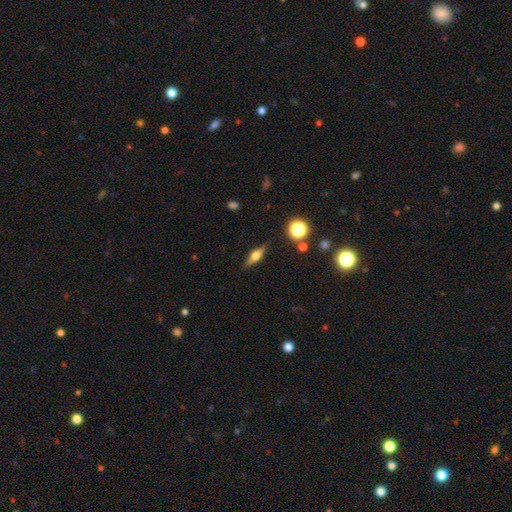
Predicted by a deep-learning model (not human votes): A featured or disk galaxy (51%) viewed edge-on (91%).

Vote fractions:
- Smooth or featured? featured or disk: 51% / smooth: 40% / star or artifact: 9%
- Edge-on disk? yes: 91% / no: 9%
- Merging? none: 86% / minor disturbance: 10% / major disturbance: 2% / merger: 2%